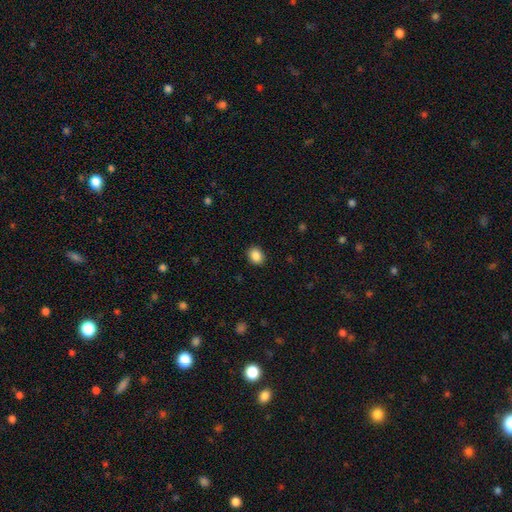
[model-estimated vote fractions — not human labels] smooth-or-featured: smooth: 88% | star or artifact: 9% | featured or disk: 3%
  how-rounded: in between: 50% | round: 49% | cigar-shaped: 1%
  merging: none: 90% | minor disturbance: 7% | major disturbance: 2% | merger: 1%